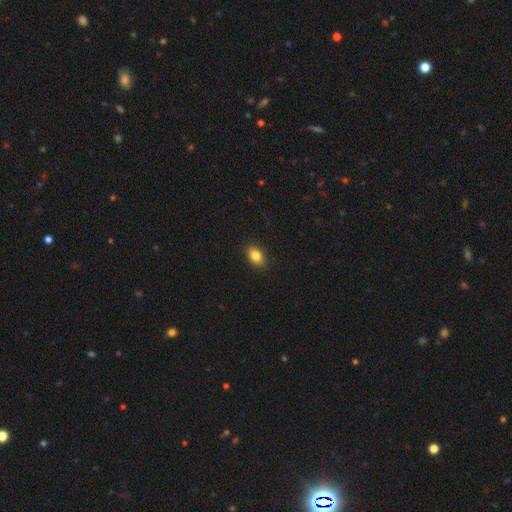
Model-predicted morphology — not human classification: smooth_or_featured: smooth (p=0.84) [alt: star or artifact p=0.09]
how_rounded: in between (p=0.82) [alt: round p=0.16]
merging: none (p=0.89) [alt: minor disturbance p=0.08]